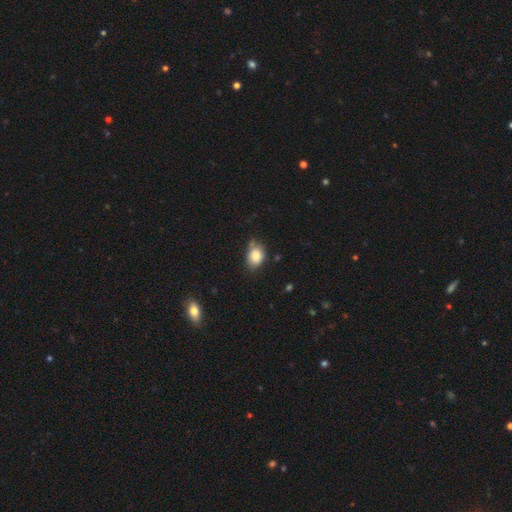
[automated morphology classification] Smooth or featured? Predicted: smooth (p=0.84). How rounded? Predicted: in between (p=0.73). Merging? Predicted: none (p=0.59).